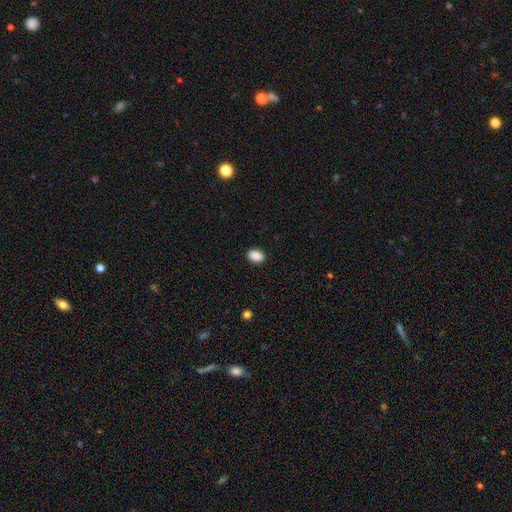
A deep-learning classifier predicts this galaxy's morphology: smooth_or_featured: smooth (p=0.90) [alt: star or artifact p=0.08]
how_rounded: in between (p=0.87) [alt: round p=0.12]
merging: none (p=0.89) [alt: minor disturbance p=0.08]